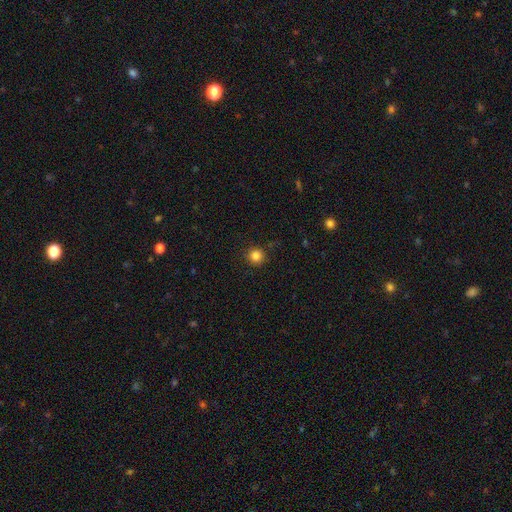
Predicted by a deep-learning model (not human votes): A smooth galaxy with no disk features (84%) that is round (94%). Merging: none (89%).